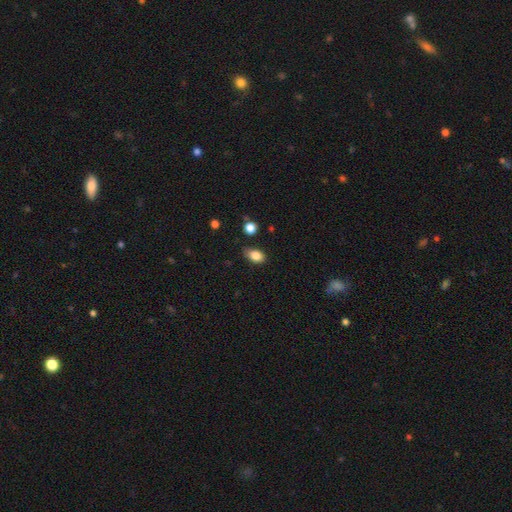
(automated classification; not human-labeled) Smooth or featured: smooth — 84% (star or artifact — 9%)
How rounded: in between — 84% (round — 14%)
Merging: none — 75% (minor disturbance — 19%)